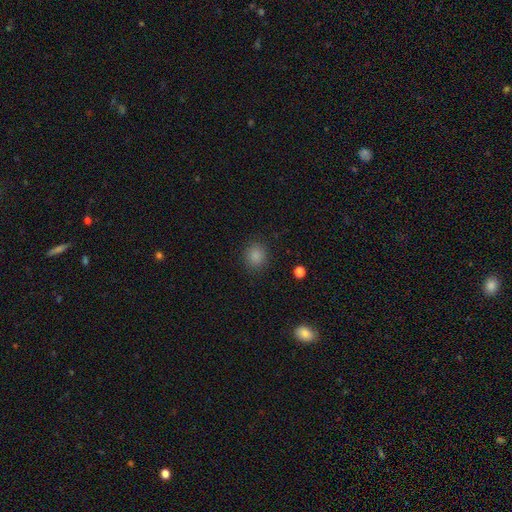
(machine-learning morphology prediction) A smooth galaxy with no disk features (86%) that is round (77%).

Vote fractions:
- Smooth or featured? smooth: 86% / star or artifact: 11% / featured or disk: 3%
- How rounded? round: 77% / in between: 22% / cigar-shaped: 1%
- Merging? none: 88% / minor disturbance: 8% / major disturbance: 3% / merger: 1%